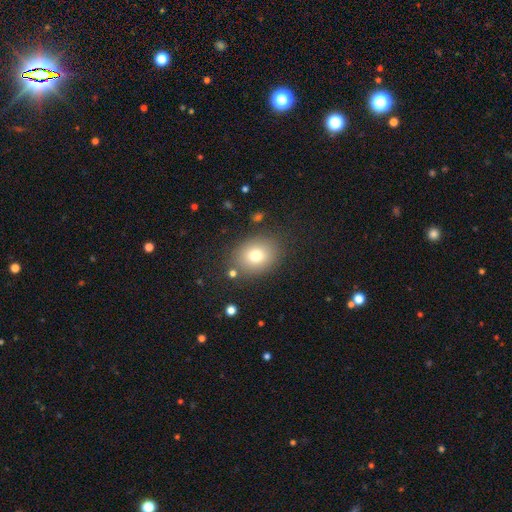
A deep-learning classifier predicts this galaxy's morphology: Overall: smooth (77%). How rounded: in between (53%; round 46%). Merging: none (82%).